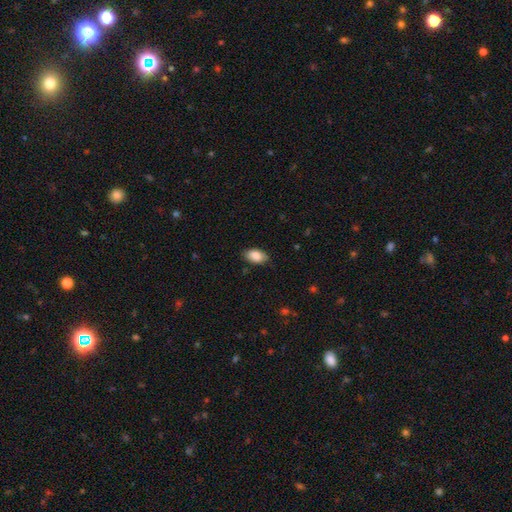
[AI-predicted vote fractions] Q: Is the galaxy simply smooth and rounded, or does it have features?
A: smooth — 87%.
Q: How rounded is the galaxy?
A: in between — 93%.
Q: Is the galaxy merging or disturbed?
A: none — 81%.